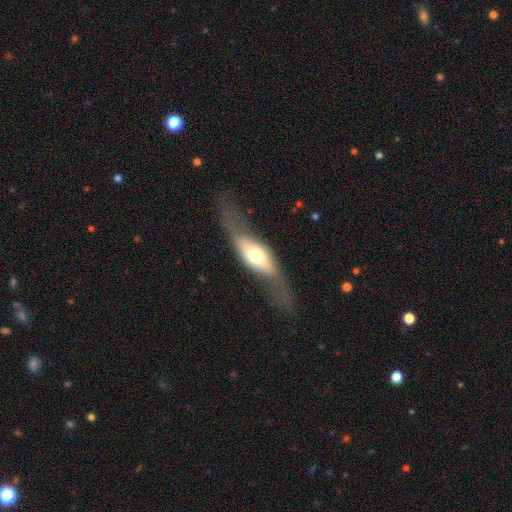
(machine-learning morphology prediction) type=featured or disk (60%); edge-on=yes (55%); merging=none (51%).